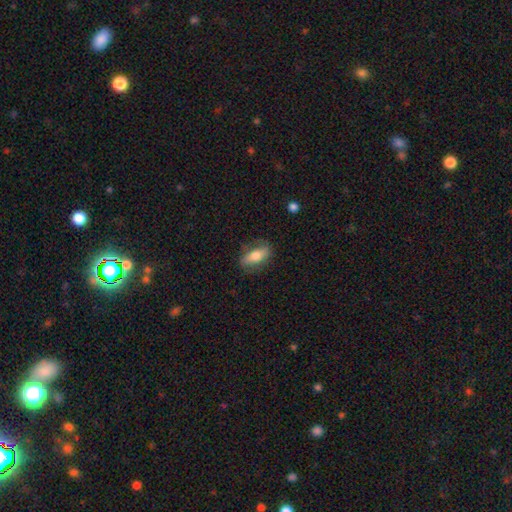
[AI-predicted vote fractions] This is possibly a smooth galaxy (55%). How rounded: likely in between (77%). Merging: likely none (75%).